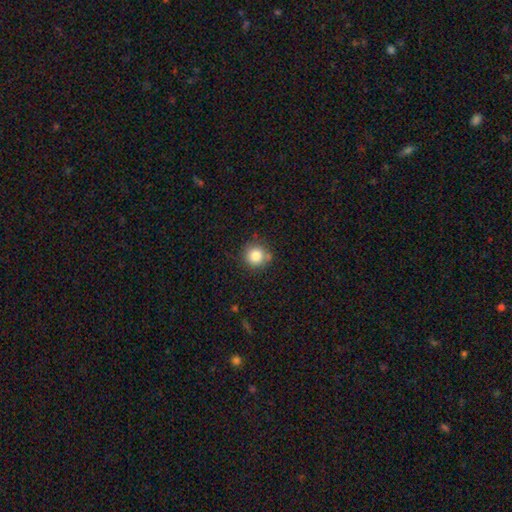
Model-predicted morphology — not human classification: A smooth galaxy with no disk features (83%) that is round (93%).

Vote fractions:
- Smooth or featured? smooth: 83% / star or artifact: 11% / featured or disk: 6%
- How rounded? round: 93% / in between: 6% / cigar-shaped: 1%
- Merging? none: 79% / minor disturbance: 12% / merger: 6% / major disturbance: 3%